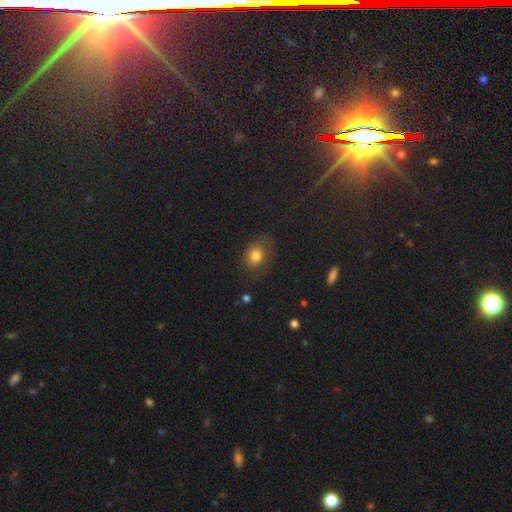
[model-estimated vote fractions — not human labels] Morphology: type=smooth (76%); roundness=round (55%); merging=none (68%).